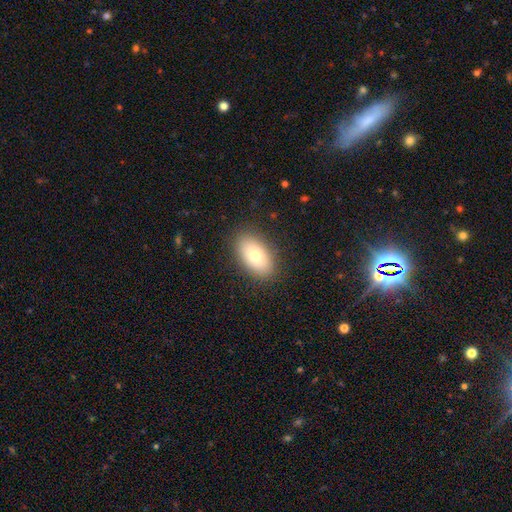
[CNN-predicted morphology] This appears to be a smooth galaxy with no disk features (77%) that is in between round and cigar-shaped (92%). Merging: none (87%).